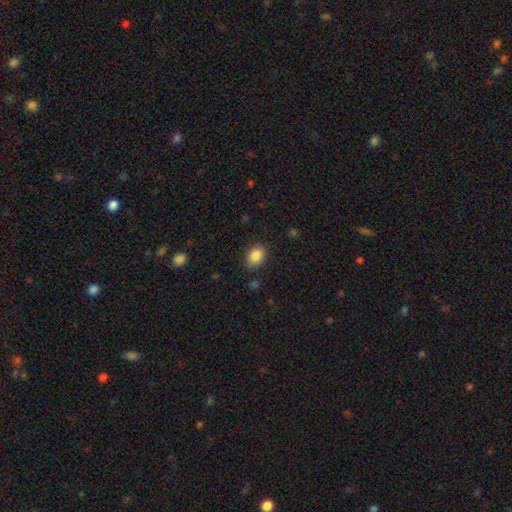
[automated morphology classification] smooth-or-featured: smooth: 86% | star or artifact: 9% | featured or disk: 5%
  how-rounded: in between: 54% | round: 45% | cigar-shaped: 1%
  merging: none: 86% | minor disturbance: 10% | major disturbance: 3% | merger: 1%